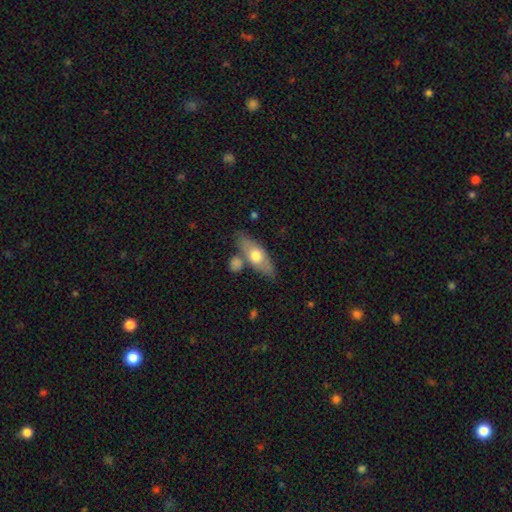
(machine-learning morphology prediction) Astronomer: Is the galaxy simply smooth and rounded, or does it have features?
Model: smooth — 55% (runner-up: featured or disk, 40%).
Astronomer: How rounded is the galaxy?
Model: in between — 63%.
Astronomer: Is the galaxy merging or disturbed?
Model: none — 69%.